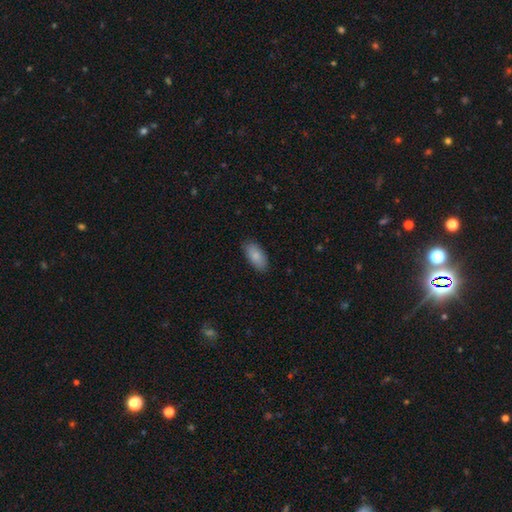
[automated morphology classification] A smooth galaxy with no disk features (86%) that is in between round and cigar-shaped (92%). Merging: none (86%).